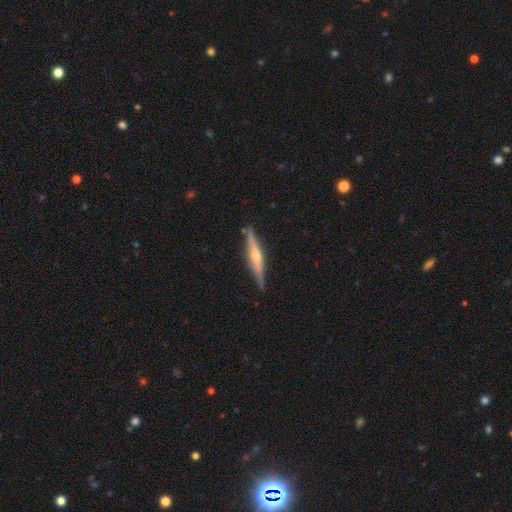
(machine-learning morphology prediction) smooth-or-featured: featured or disk: 72% | smooth: 23% | star or artifact: 5%
  disk-edge-on: yes: 97% | no: 3%
    edge-on-bulge: rounded: 79% | boxy: 11% | none: 10%
  merging: none: 87% | minor disturbance: 10% | major disturbance: 2% | merger: 2%